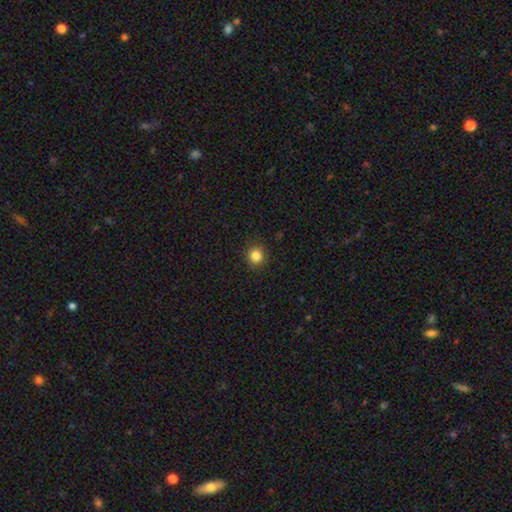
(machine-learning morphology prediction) type=smooth (84%); roundness=round (90%); merging=none (91%).